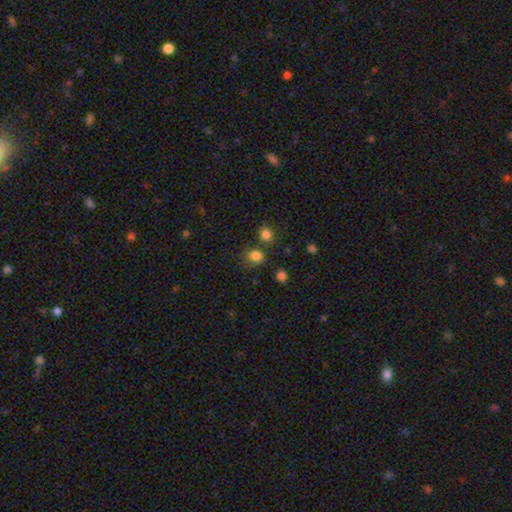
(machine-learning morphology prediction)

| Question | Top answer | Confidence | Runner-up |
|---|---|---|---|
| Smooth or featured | smooth | 81% | star or artifact (14%) |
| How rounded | round | 74% | in between (25%) |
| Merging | none | 69% | minor disturbance (15%) |